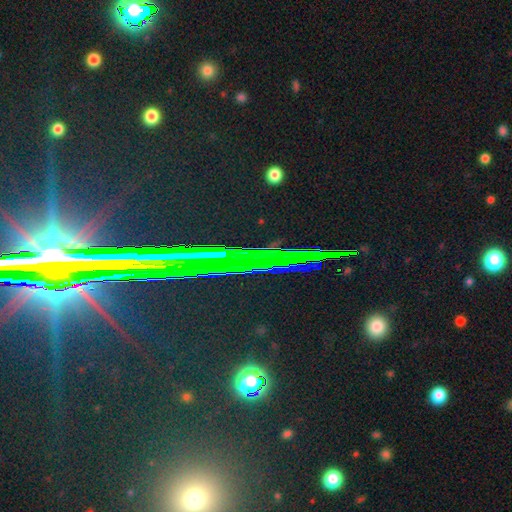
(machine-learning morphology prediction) Q: Smooth or featured?
A: star or artifact (82%); runner-up: featured or disk (11%)